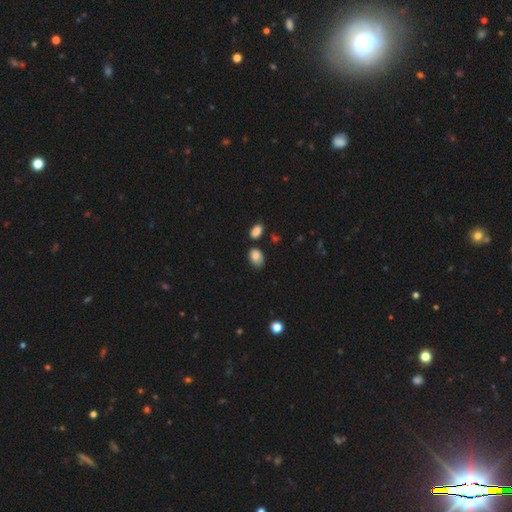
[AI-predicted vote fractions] smooth 83%, star or artifact 9%, featured or disk 8%. Down the decision tree: how rounded — in between (84%); merging — none (68%).